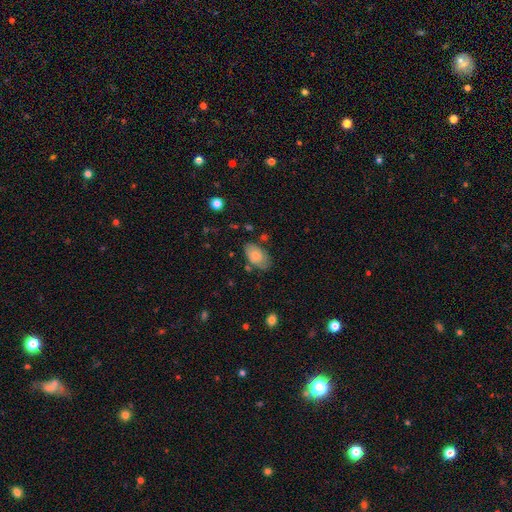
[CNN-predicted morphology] Q: Smooth or featured?
A: smooth (76%); runner-up: featured or disk (17%)
Q: How rounded?
A: in between (93%); runner-up: round (6%)
Q: Merging?
A: none (66%); runner-up: minor disturbance (23%)